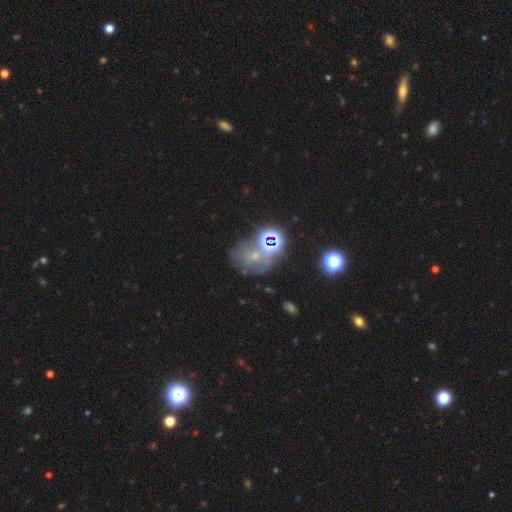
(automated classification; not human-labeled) star or artifact 40%, featured or disk 37%, smooth 23%.